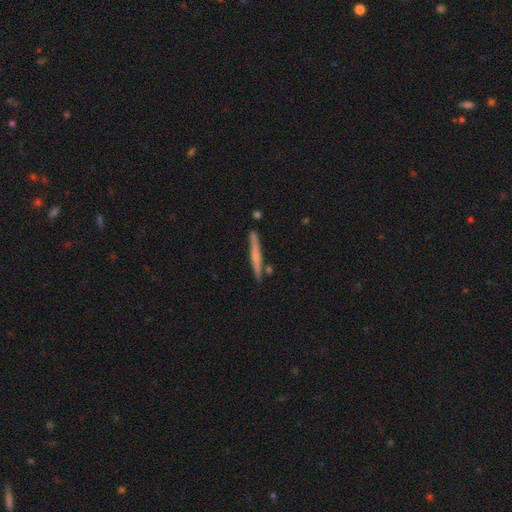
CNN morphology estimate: The model was most divided on "edge-on bulge": rounded: 50%, none: 43%, boxy: 7%. More confident: edge-on disk — yes (97%); merging — none (84%); smooth or featured — featured or disk (54%).